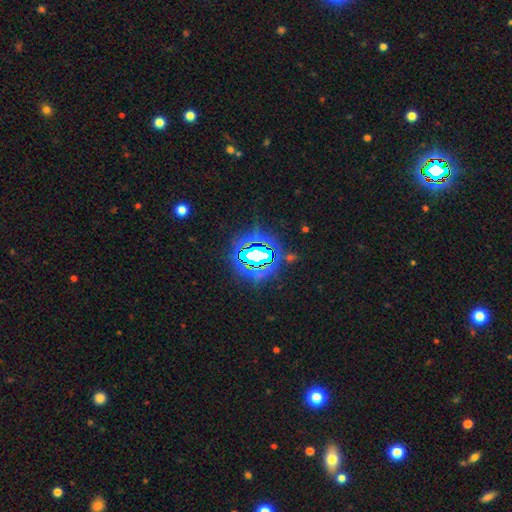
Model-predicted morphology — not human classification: The model was most divided on "smooth or featured": star or artifact: 76%, smooth: 13%, featured or disk: 12%.